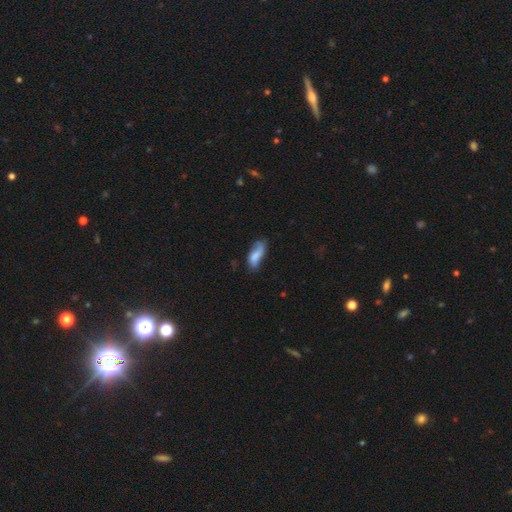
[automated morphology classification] smooth_or_featured: smooth (p=0.71) [alt: featured or disk p=0.21]
how_rounded: in between (p=0.74) [alt: cigar-shaped p=0.23]
merging: none (p=0.51) [alt: minor disturbance p=0.33]